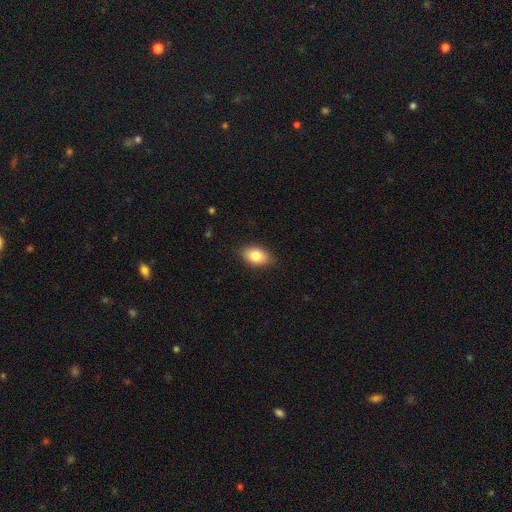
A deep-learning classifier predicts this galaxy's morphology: Smooth or featured: smooth — 83% (featured or disk — 10%)
How rounded: in between — 87% (round — 11%)
Merging: none — 84% (minor disturbance — 13%)